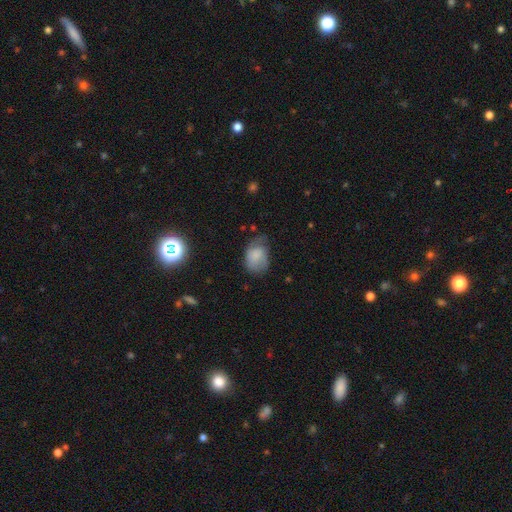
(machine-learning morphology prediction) type=smooth (70%); roundness=in between (75%); merging=minor disturbance (37%, tied with none).